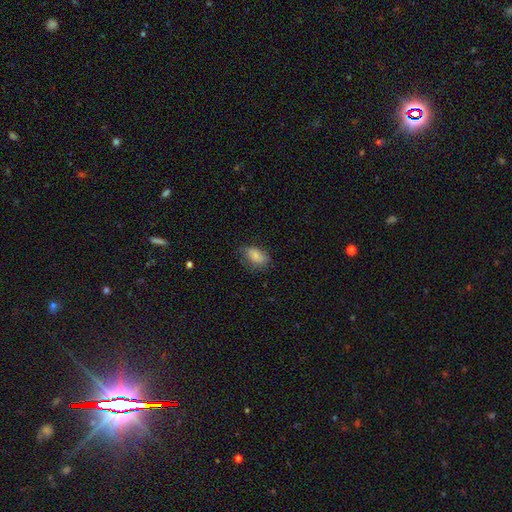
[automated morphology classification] Smooth or featured?
  - smooth: 80% *
  - featured or disk: 12%
  - star or artifact: 7%
How rounded?
  - in between: 89% *
  - round: 8%
  - cigar-shaped: 3%
Merging?
  - none: 61% *
  - minor disturbance: 28%
  - major disturbance: 9%
  - merger: 1%